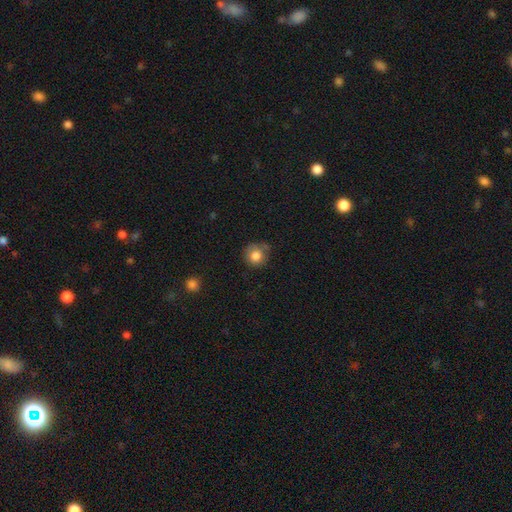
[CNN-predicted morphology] Smooth or featured? Predicted: smooth (p=0.82). How rounded? Predicted: round (p=0.89). Merging? Predicted: none (p=0.65).